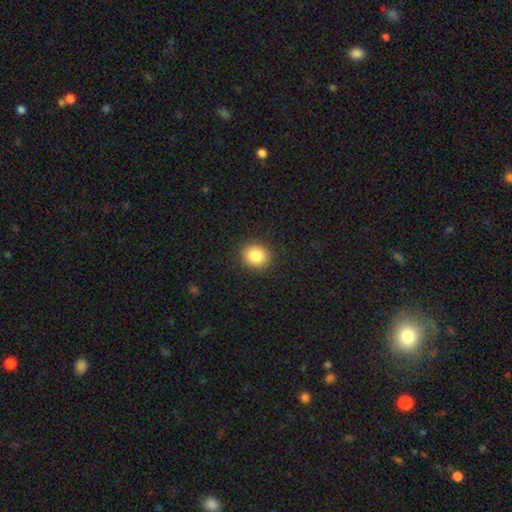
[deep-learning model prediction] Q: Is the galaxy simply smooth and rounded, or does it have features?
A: smooth — 85%.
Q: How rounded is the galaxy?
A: round — 78%.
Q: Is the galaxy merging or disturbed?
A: none — 90%.